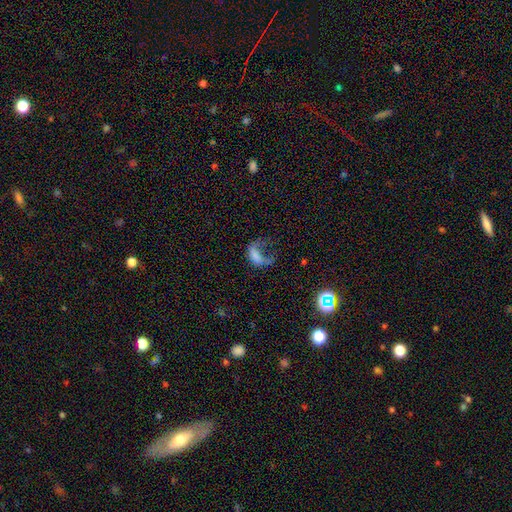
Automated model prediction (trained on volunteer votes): Smooth or featured? Predicted: smooth (p=0.51). How rounded? Predicted: in between (p=0.83). Merging? Predicted: major disturbance (p=0.61).